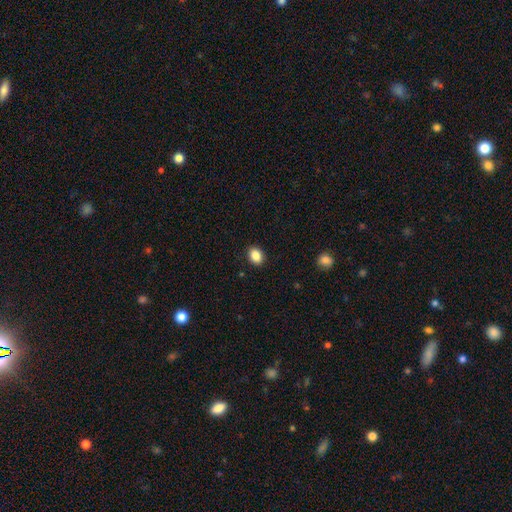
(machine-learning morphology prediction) Smooth or featured?
  - smooth: 87% *
  - star or artifact: 9%
  - featured or disk: 4%
How rounded?
  - in between: 62% *
  - round: 37%
  - cigar-shaped: 1%
Merging?
  - none: 90% *
  - minor disturbance: 7%
  - major disturbance: 2%
  - merger: 1%